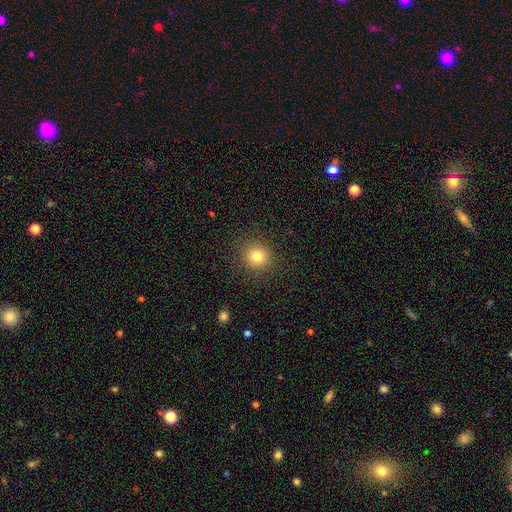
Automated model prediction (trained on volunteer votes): Smooth or featured?
  - smooth: 81% *
  - star or artifact: 12%
  - featured or disk: 7%
How rounded?
  - round: 90% *
  - in between: 9%
  - cigar-shaped: 1%
Merging?
  - none: 90% *
  - minor disturbance: 6%
  - major disturbance: 3%
  - merger: 1%